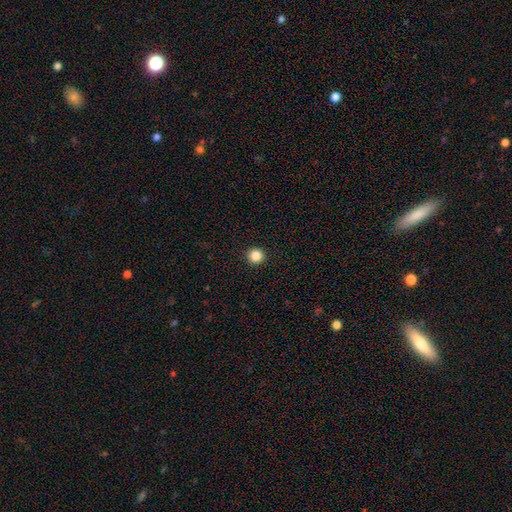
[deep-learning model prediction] Morphology: type=smooth (85%); roundness=round (96%); merging=none (94%).